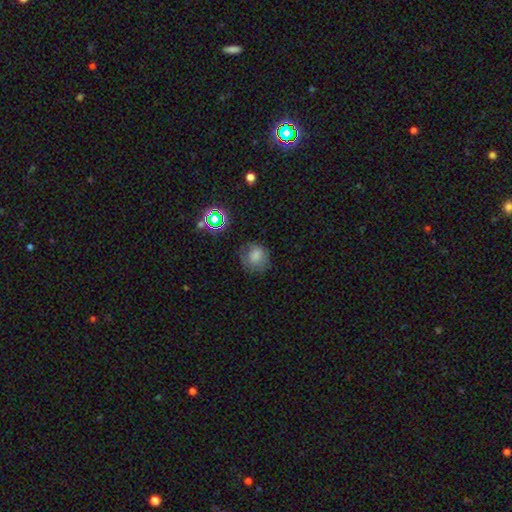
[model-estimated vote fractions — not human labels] A smooth galaxy with no disk features (75%) that is round (79%). Merging: none (72%).